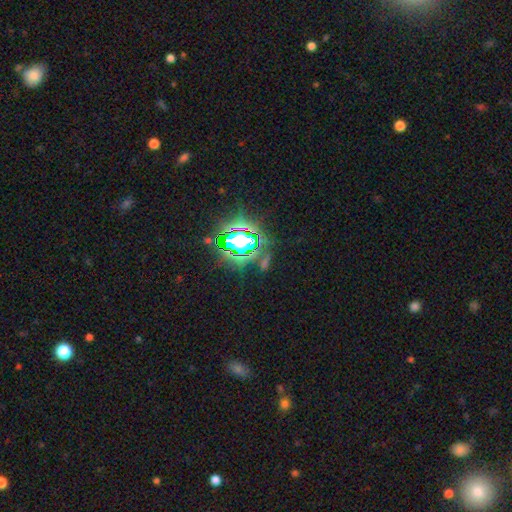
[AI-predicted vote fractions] star or artifact 80%, smooth 12%, featured or disk 7%.